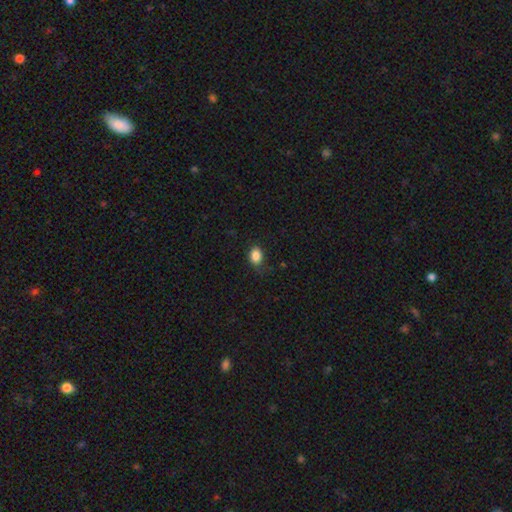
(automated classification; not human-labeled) A smooth galaxy with no disk features (86%) that is in between round and cigar-shaped (69%). Merging: none (73%).